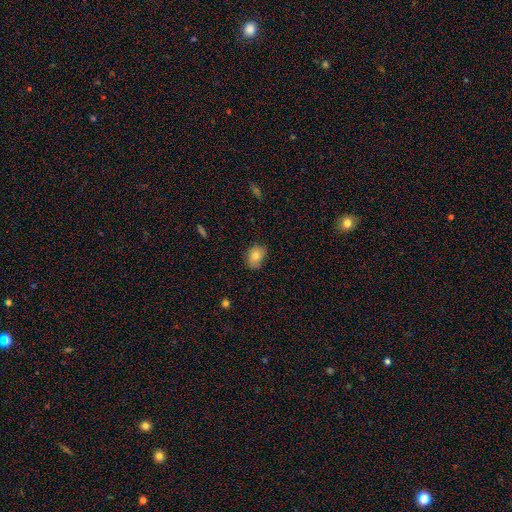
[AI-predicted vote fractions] smooth-or-featured: smooth: 78% | featured or disk: 13% | star or artifact: 9%
  how-rounded: in between: 73% | round: 26% | cigar-shaped: 1%
  merging: none: 69% | minor disturbance: 25% | major disturbance: 4% | merger: 2%